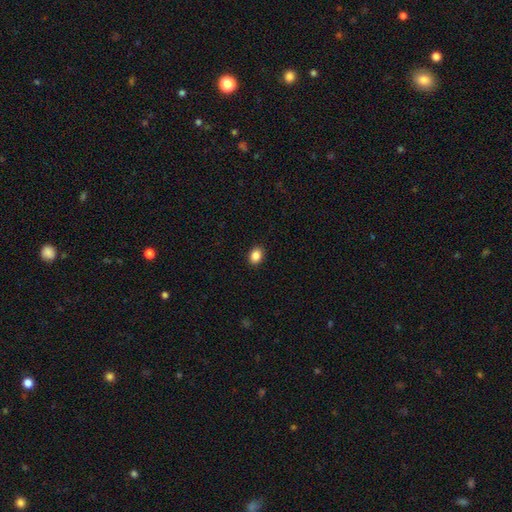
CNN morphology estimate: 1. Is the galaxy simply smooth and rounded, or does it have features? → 87% smooth, 9% star or artifact, 4% featured or disk.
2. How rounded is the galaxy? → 63% in between, 36% round, 1% cigar-shaped.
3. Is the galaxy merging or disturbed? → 91% none, 6% minor disturbance, 2% major disturbance, 1% merger.